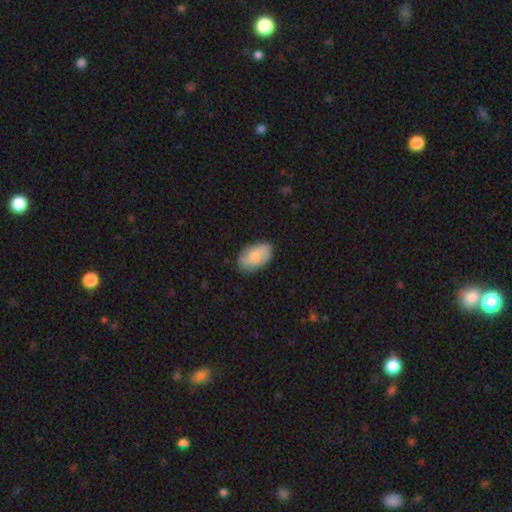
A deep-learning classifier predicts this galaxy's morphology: A smooth galaxy with no disk features (71%) that is in between round and cigar-shaped (93%).

Vote fractions:
- Smooth or featured? smooth: 71% / featured or disk: 23% / star or artifact: 6%
- How rounded? in between: 93% / round: 5% / cigar-shaped: 2%
- Merging? none: 81% / minor disturbance: 15% / major disturbance: 3% / merger: 1%